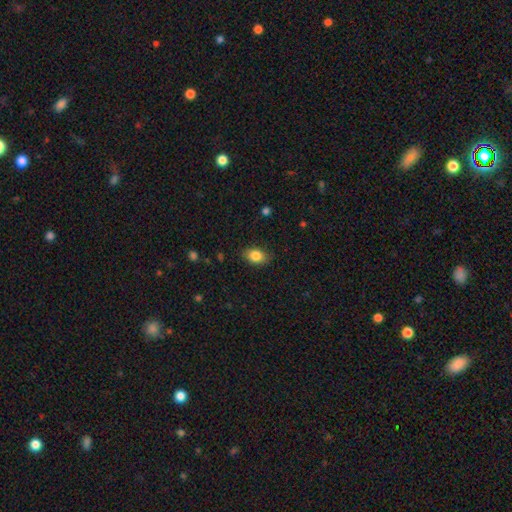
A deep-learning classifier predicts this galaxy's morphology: smooth_or_featured: smooth (p=0.85) [alt: star or artifact p=0.08]
how_rounded: in between (p=0.78) [alt: round p=0.20]
merging: none (p=0.83) [alt: minor disturbance p=0.13]